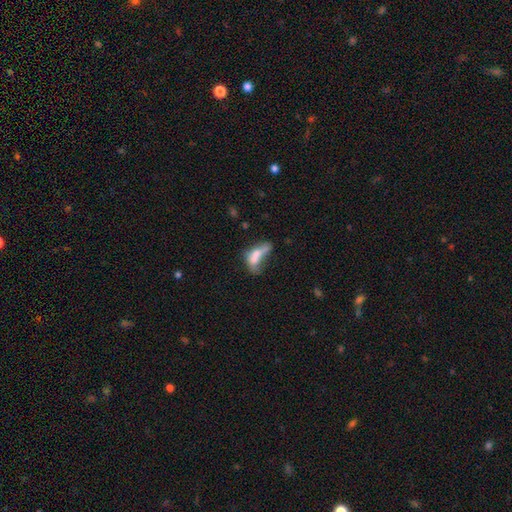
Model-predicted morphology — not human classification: This appears to be a smooth galaxy with no disk features (60%) that is in between round and cigar-shaped (72%). Merging: merger (33%).